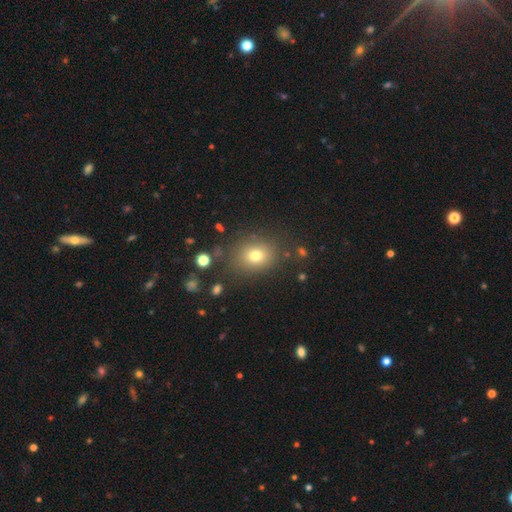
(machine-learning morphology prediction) Smooth or featured? smooth (75%)
How rounded? round (61%)
Merging? none (83%)